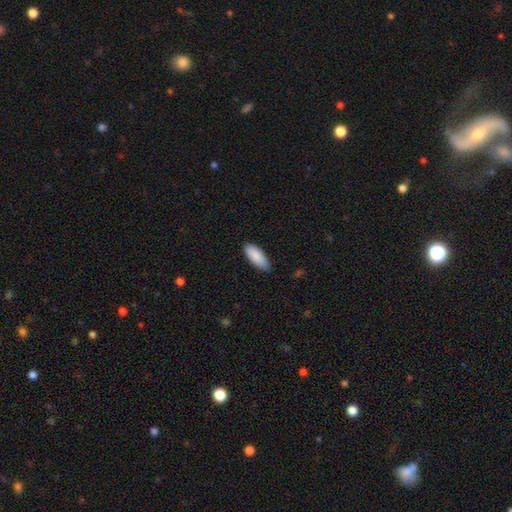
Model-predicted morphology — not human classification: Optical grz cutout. It shows a smooth galaxy with no disk features (89%) that is in between round and cigar-shaped (81%). Merging: none (80%).